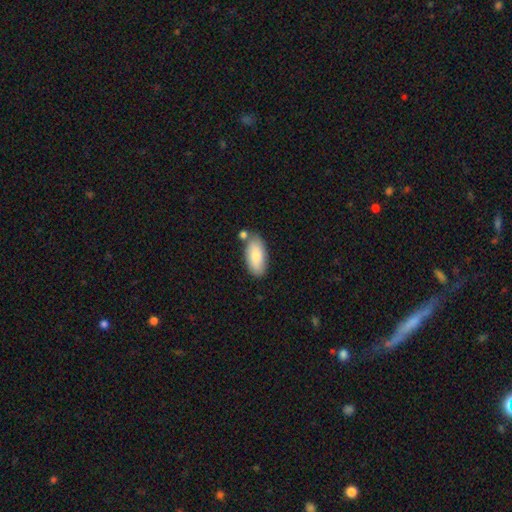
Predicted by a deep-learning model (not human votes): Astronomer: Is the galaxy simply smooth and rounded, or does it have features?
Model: smooth — 81%.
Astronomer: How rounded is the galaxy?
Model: in between — 91%.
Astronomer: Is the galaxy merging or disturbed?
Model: none — 70%.